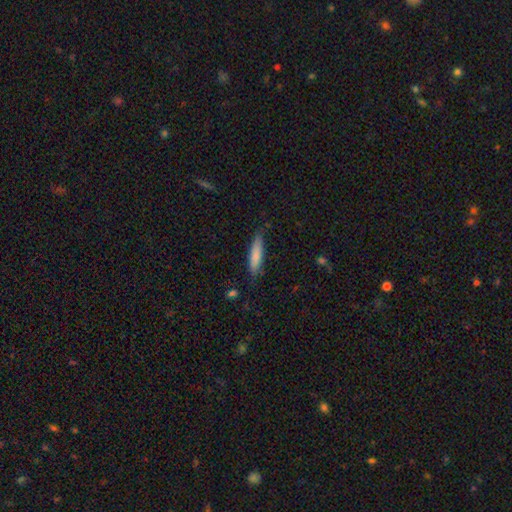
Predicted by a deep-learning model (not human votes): Q: Smooth or featured?
A: smooth (79%); runner-up: featured or disk (15%)
Q: How rounded?
A: cigar-shaped (77%); runner-up: in between (22%)
Q: Merging?
A: none (79%); runner-up: minor disturbance (17%)